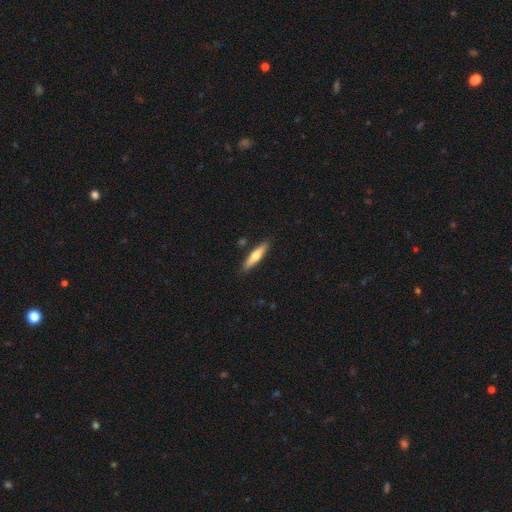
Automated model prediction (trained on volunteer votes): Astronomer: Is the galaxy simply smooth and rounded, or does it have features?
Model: smooth — 58% (runner-up: featured or disk, 37%).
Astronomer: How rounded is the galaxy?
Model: cigar-shaped — 82%.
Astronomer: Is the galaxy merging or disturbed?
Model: none — 88%.